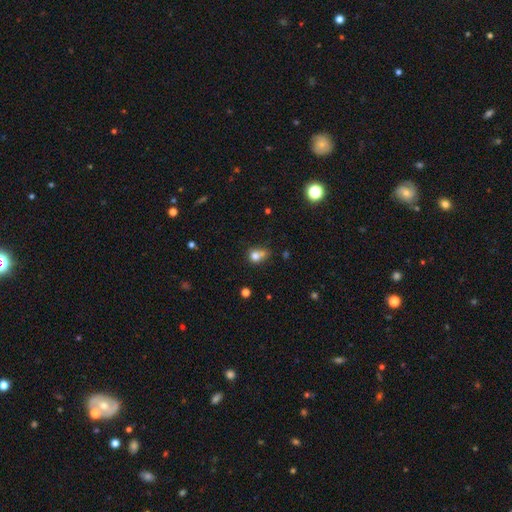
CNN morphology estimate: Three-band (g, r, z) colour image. It shows a smooth galaxy with no disk features (74%) that is round (64%). Merging: none (36%).